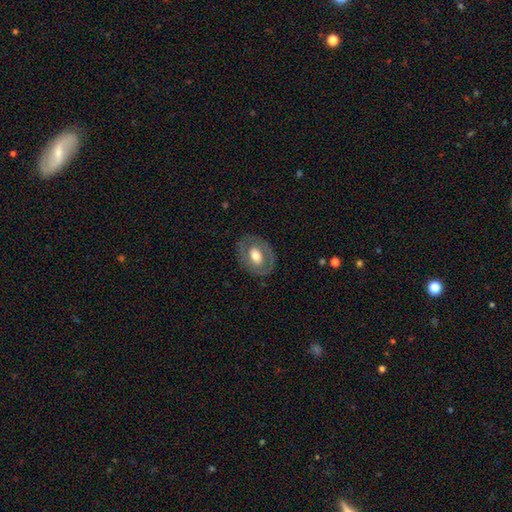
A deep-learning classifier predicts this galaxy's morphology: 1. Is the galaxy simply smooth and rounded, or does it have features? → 49% featured or disk, 45% smooth, 6% star or artifact.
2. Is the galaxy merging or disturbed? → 79% none, 14% minor disturbance, 6% major disturbance, 1% merger.